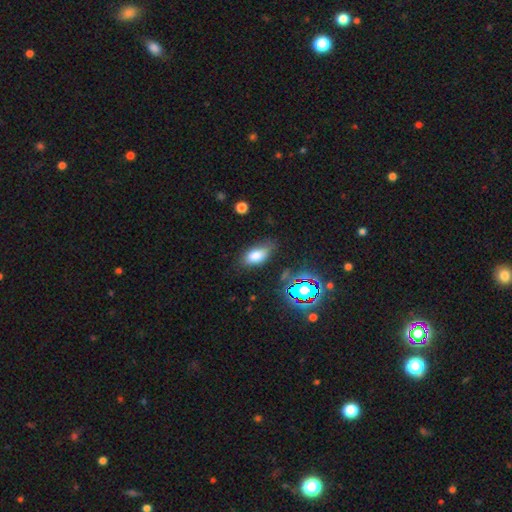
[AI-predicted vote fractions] Smooth or featured: smooth — 77% (star or artifact — 12%)
How rounded: in between — 89% (cigar-shaped — 6%)
Merging: none — 70% (minor disturbance — 22%)